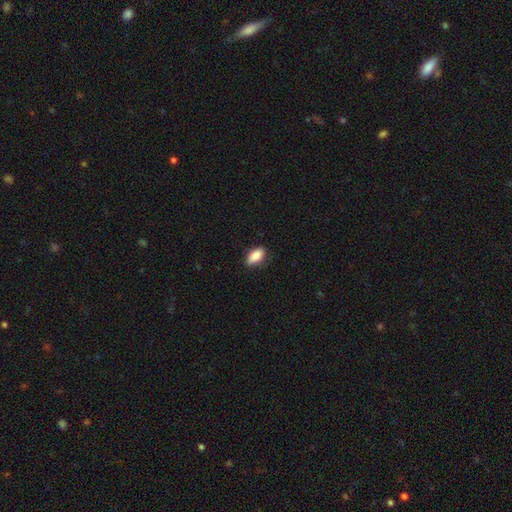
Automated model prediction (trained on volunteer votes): Overall: smooth (88%). How rounded: in between (90%). Merging: none (81%).